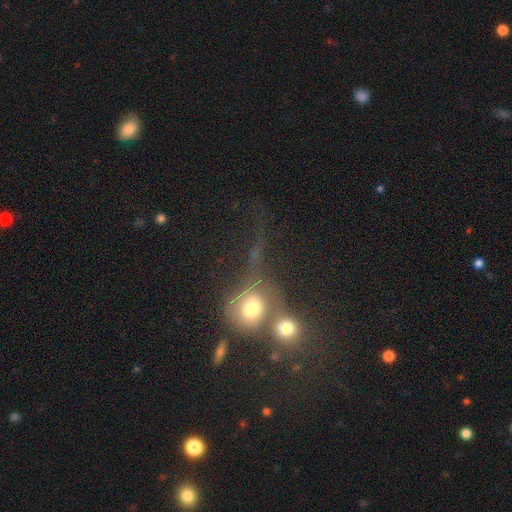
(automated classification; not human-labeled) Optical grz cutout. It shows a smooth galaxy with no disk features (48%). Merging: merger (40%).